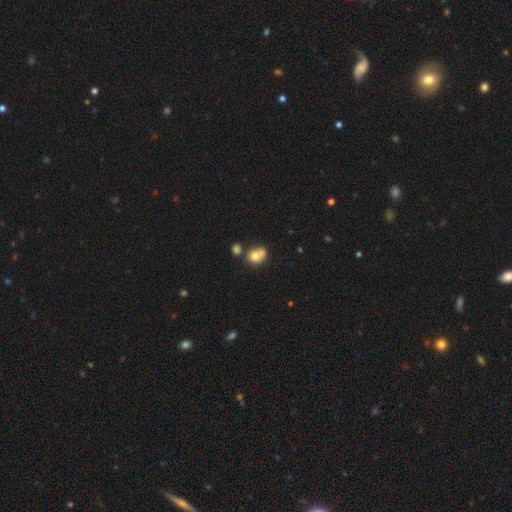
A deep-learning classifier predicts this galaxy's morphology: A smooth galaxy with no disk features (74%) that is round (63%).

Vote fractions:
- Smooth or featured? smooth: 74% / featured or disk: 15% / star or artifact: 10%
- How rounded? round: 63% / in between: 36% / cigar-shaped: 1%
- Merging? merger: 39% / none: 38% / minor disturbance: 16% / major disturbance: 7%